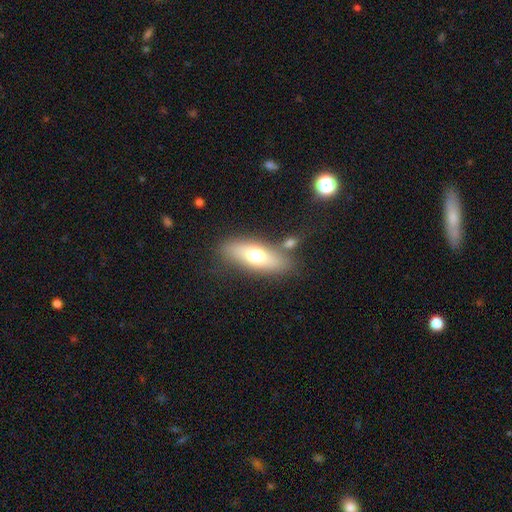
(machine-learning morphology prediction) smooth 63%, featured or disk 29%, star or artifact 8%. Down the decision tree: how rounded — in between (68%); merging — none (74%).